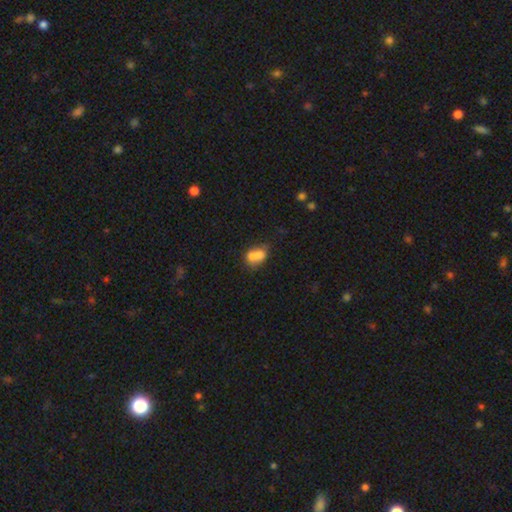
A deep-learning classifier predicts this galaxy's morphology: smooth-or-featured: smooth: 68% | featured or disk: 22% | star or artifact: 10%
  how-rounded: in between: 56% | round: 42% | cigar-shaped: 2%
  merging: merger: 62% | none: 24% | minor disturbance: 9% | major disturbance: 5%